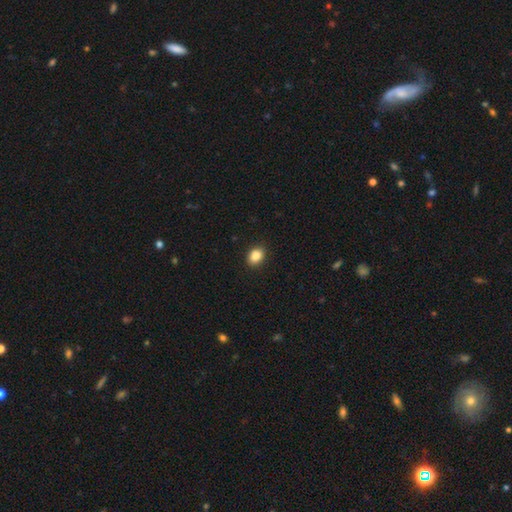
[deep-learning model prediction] A smooth galaxy with no disk features (87%) that is in between round and cigar-shaped (63%). Merging: none (89%).